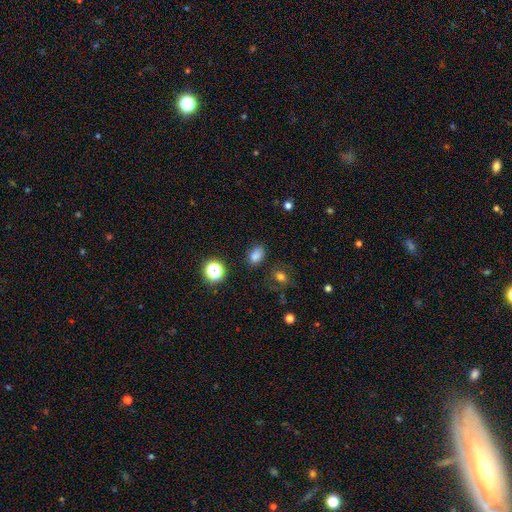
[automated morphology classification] smooth 78%, star or artifact 16%, featured or disk 5%. Down the decision tree: how rounded — in between (76%); merging — none (80%).